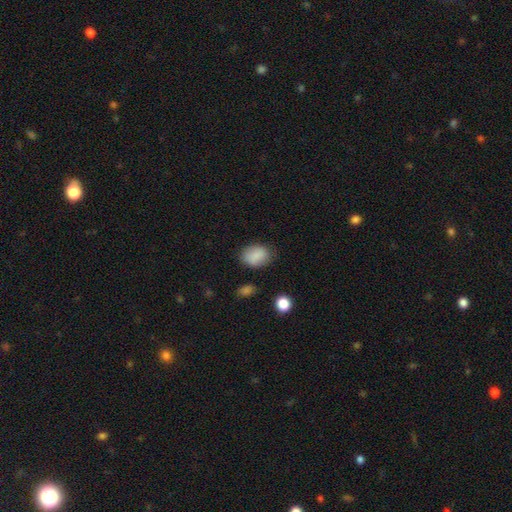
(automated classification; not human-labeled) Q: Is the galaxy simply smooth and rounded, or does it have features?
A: smooth — 87%.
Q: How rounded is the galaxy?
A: in between — 75%.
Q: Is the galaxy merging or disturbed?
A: none — 78%.